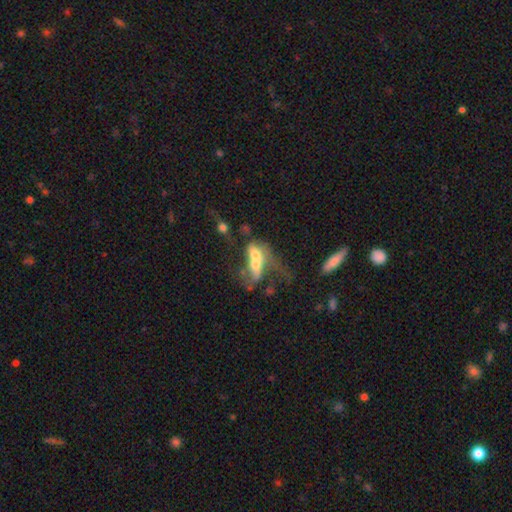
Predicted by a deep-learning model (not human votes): Smooth or featured: featured or disk — 46% (smooth — 43%)
Merging: merger — 68% (major disturbance — 17%)